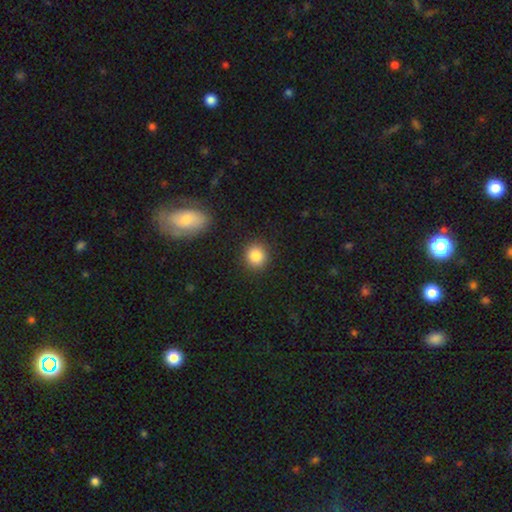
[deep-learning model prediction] The model was most divided on "smooth or featured": smooth: 86%, star or artifact: 10%, featured or disk: 5%. More confident: how rounded — round (90%); merging — none (90%).